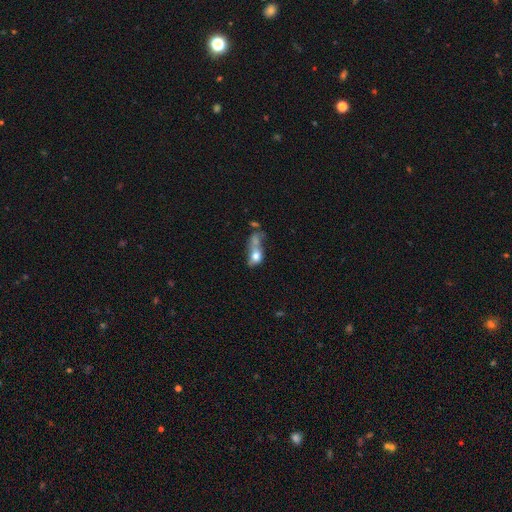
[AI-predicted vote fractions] Overall: smooth (62%; featured or disk 27%). How rounded: in between (64%; round 28%). Merging: merger (51%; major disturbance 23%).